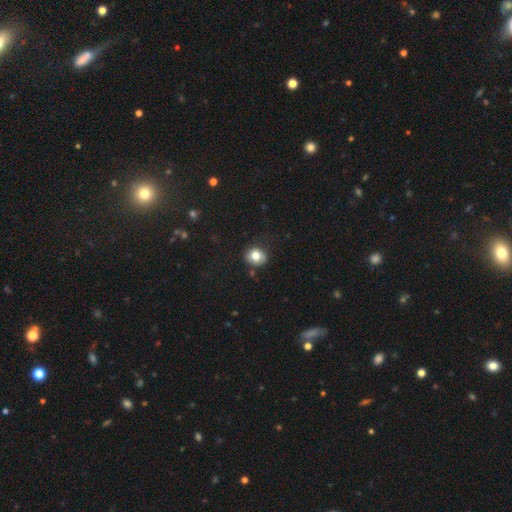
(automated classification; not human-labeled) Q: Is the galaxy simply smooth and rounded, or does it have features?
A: smooth — 78%.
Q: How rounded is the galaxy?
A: round — 69%.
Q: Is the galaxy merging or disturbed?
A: none — 80%.